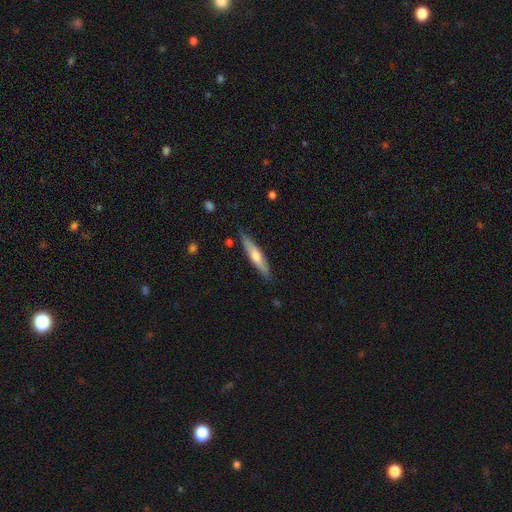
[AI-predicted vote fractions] featured or disk 49%, smooth 45%, star or artifact 6%. Down the decision tree: merging — none (86%).